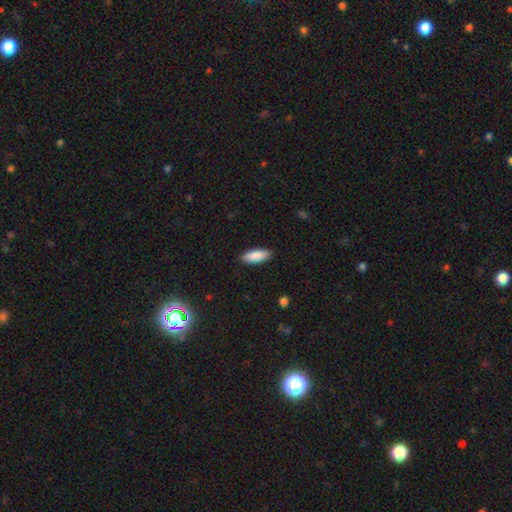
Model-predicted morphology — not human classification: Q: Smooth or featured?
A: smooth (89%); runner-up: star or artifact (6%)
Q: How rounded?
A: in between (73%); runner-up: cigar-shaped (25%)
Q: Merging?
A: none (89%); runner-up: minor disturbance (8%)